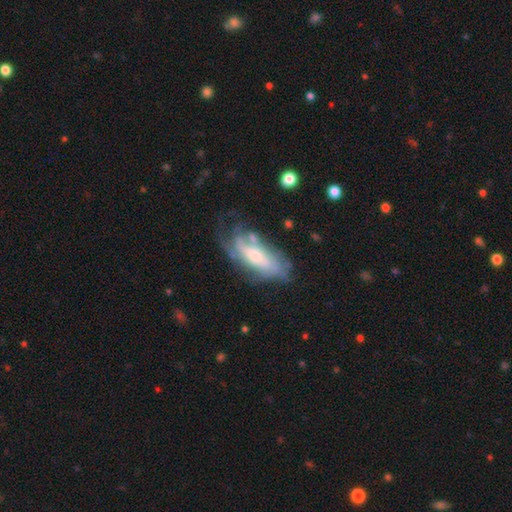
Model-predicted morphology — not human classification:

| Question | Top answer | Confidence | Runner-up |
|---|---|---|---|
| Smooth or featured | featured or disk | 68% | smooth (24%) |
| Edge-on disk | no | 84% | yes (16%) |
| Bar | no | 61% | weak (29%) |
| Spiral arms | yes | 81% | no (19%) |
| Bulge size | moderate | 43% | small (40%) |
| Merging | none | 50% | minor disturbance (25%) |